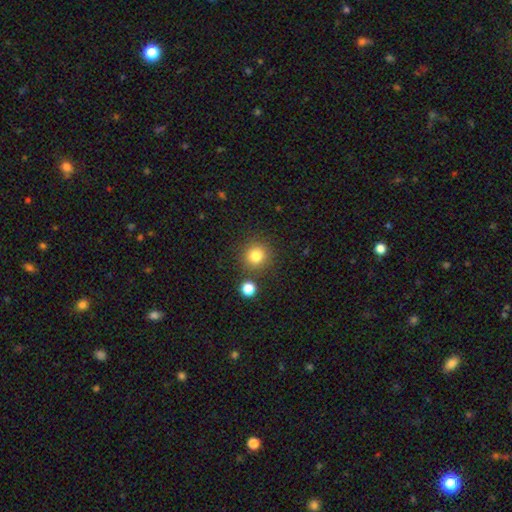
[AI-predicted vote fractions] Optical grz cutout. It shows a smooth galaxy with no disk features (82%) that is round (92%). Merging: none (83%).